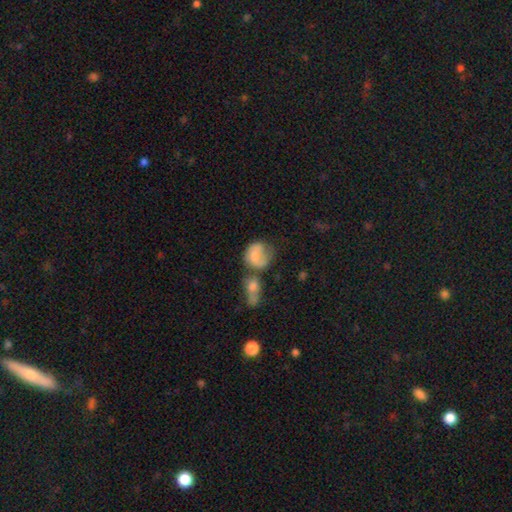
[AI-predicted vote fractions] Smooth or featured? smooth (59%)
How rounded? round (57%)
Merging? merger (35%)